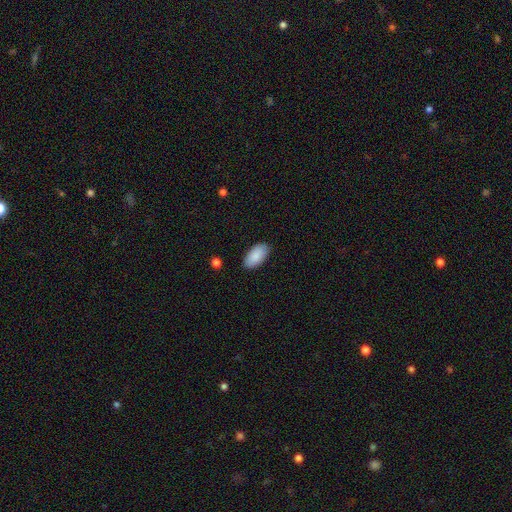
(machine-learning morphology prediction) This is clearly a smooth galaxy (89%). How rounded: clearly in between (95%). Merging: clearly none (87%).